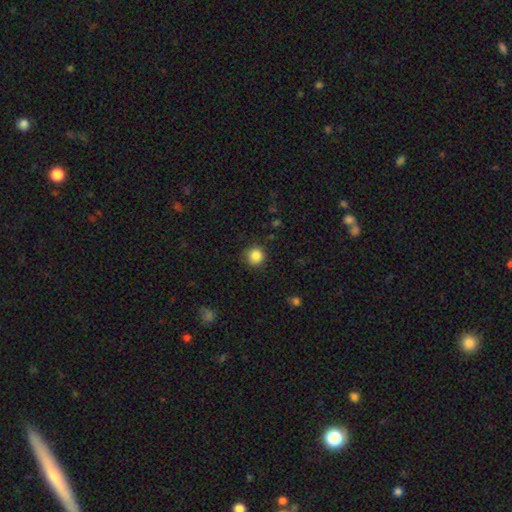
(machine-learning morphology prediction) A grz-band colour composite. It shows a smooth galaxy with no disk features (86%) that is round (93%). Merging: none (87%).